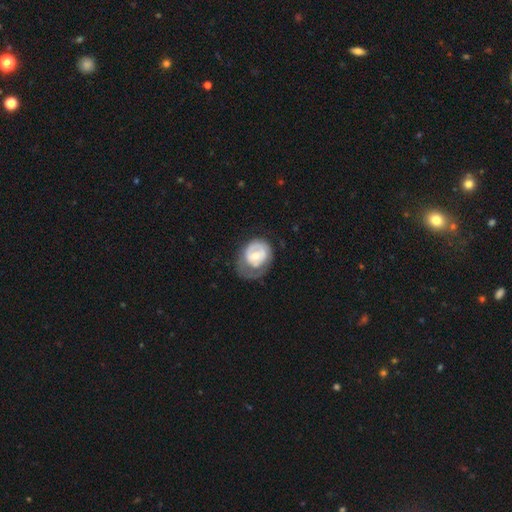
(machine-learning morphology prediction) smooth_or_featured: featured or disk (p=0.55) [alt: smooth p=0.39]
disk_edge_on: no (p=0.97) [alt: yes p=0.03]
bar: no (p=0.62) [alt: weak p=0.31]
has_spiral_arms: yes (p=0.51) [alt: no p=0.49]
bulge_size: moderate (p=0.57) [alt: small p=0.35]
merging: none (p=0.36) [alt: major disturbance p=0.33]